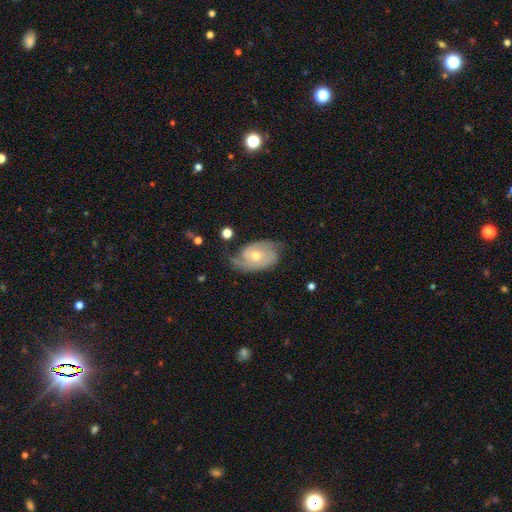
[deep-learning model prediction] Smooth or featured?
  - featured or disk: 81% *
  - smooth: 13%
  - star or artifact: 6%
Edge-on disk?
  - no: 96% *
  - yes: 4%
Bar?
  - no: 70% *
  - weak: 24%
  - strong: 6%
Spiral arms?
  - yes: 93% *
  - no: 7%
Spiral winding?
  - tight: 42% *
  - medium: 39%
  - loose: 18%
Spiral arm count?
  - 2: 77% *
  - can't tell: 10%
  - 1: 5%
  - 3: 4%
  - 4: 2%
  - more than 4: 1%
Bulge size?
  - moderate: 62% *
  - small: 33%
  - large: 3%
  - none: 1%
  - dominant: 1%
Merging?
  - none: 67% *
  - minor disturbance: 22%
  - major disturbance: 10%
  - merger: 2%